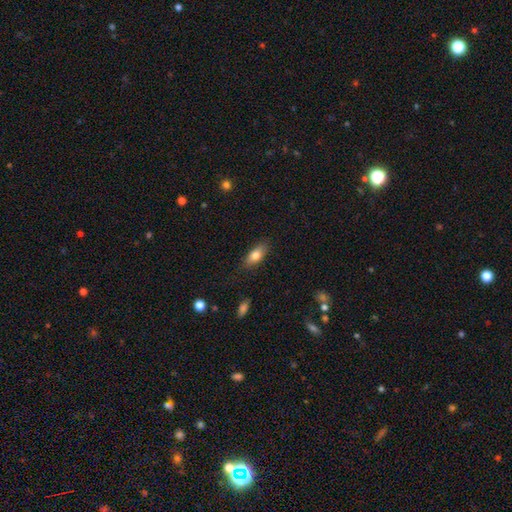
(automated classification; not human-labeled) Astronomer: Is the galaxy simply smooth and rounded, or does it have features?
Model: smooth — 77%.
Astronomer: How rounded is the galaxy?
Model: in between — 80%.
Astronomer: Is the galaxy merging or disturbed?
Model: none — 82%.